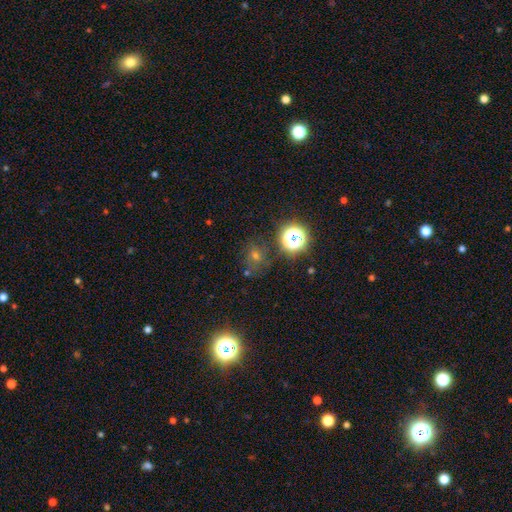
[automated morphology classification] Q: Smooth or featured?
A: smooth (46%); runner-up: star or artifact (43%)
Q: Merging?
A: none (78%); runner-up: minor disturbance (12%)